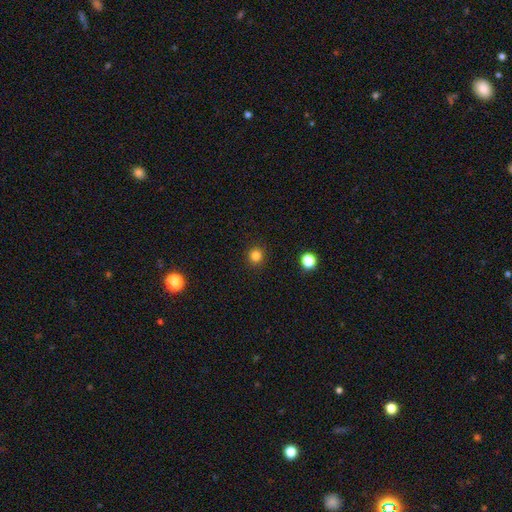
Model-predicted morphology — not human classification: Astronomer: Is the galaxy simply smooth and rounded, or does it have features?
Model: smooth — 82%.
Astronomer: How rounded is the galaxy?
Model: round — 94%.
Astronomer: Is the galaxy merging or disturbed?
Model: none — 92%.